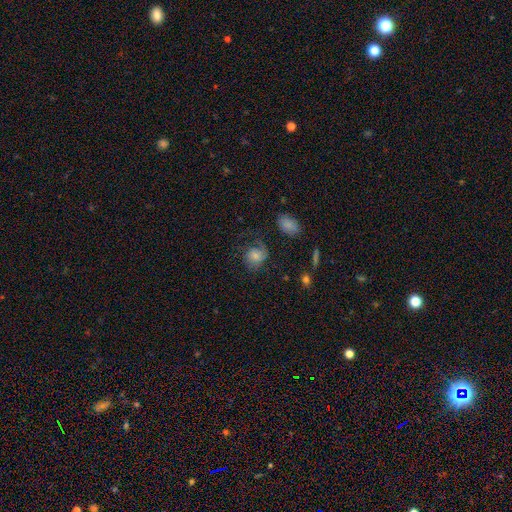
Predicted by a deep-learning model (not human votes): Overall: smooth (53%; featured or disk 36%). How rounded: round (62%; in between 36%). Merging: none (46%; major disturbance 28%).